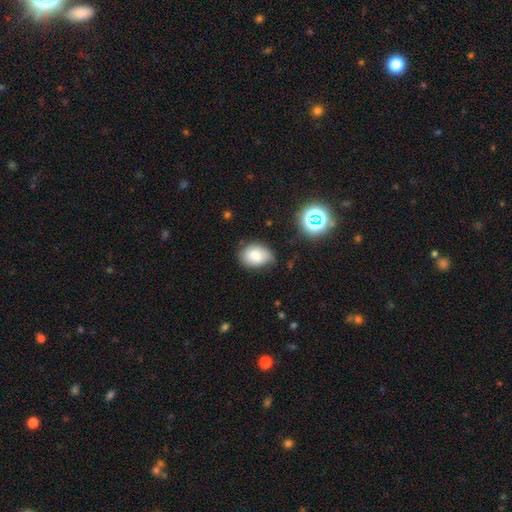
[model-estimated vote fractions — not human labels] Overall: smooth (77%). How rounded: in between (74%). Merging: none (57%; minor disturbance 33%).